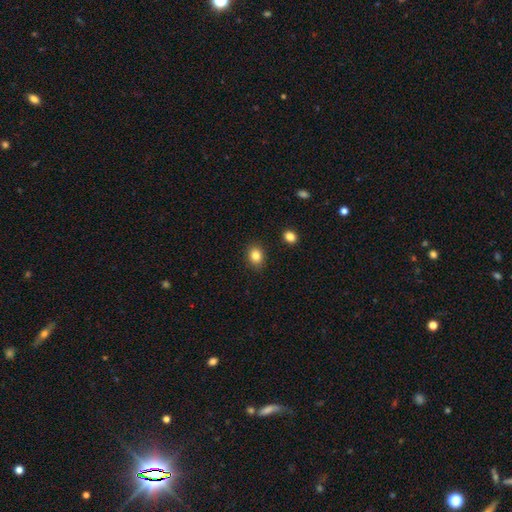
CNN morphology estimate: Smooth or featured? smooth (84%)
How rounded? in between (51%)
Merging? none (87%)